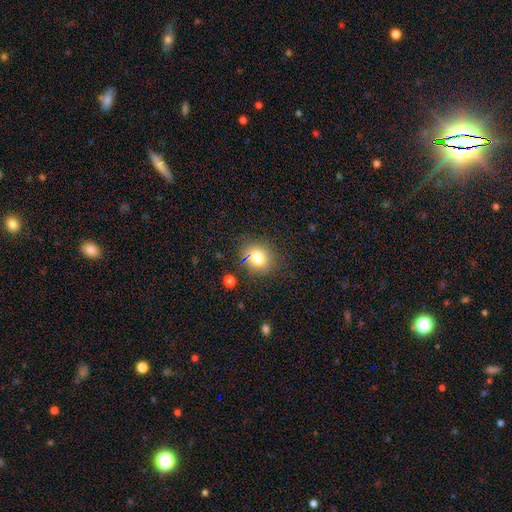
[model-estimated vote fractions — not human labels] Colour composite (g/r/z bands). It shows a smooth galaxy with no disk features (80%) that is round (55%). Merging: none (77%).